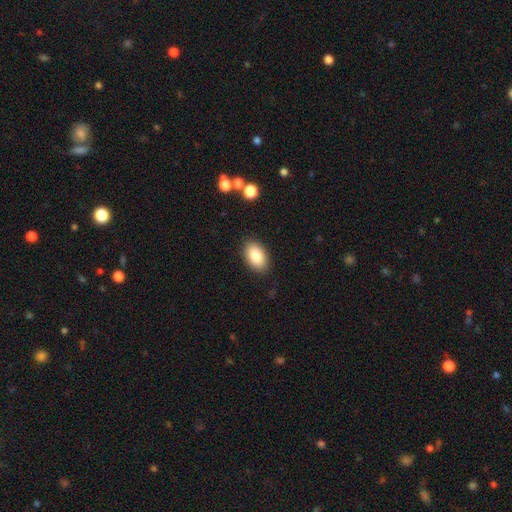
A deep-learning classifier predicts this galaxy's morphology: This is clearly a smooth galaxy (86%). How rounded: clearly in between (93%). Merging: clearly none (88%).